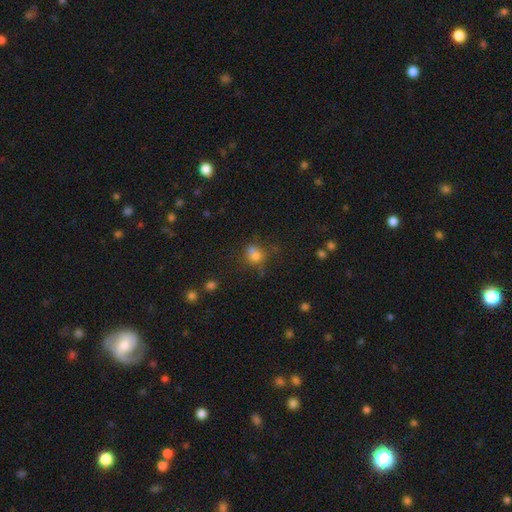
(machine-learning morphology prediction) Q: Smooth or featured?
A: smooth (73%); runner-up: star or artifact (16%)
Q: How rounded?
A: round (59%); runner-up: in between (39%)
Q: Merging?
A: none (49%); runner-up: minor disturbance (22%)